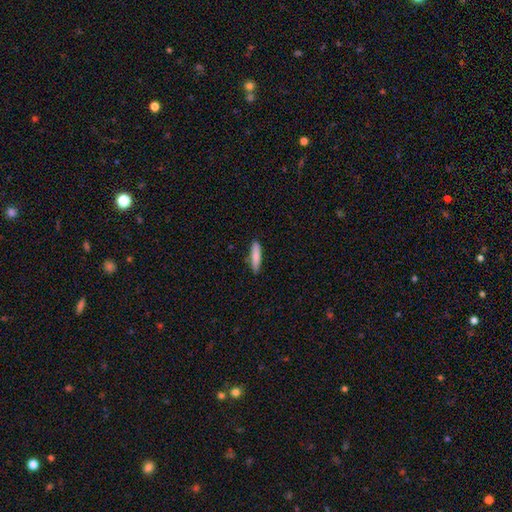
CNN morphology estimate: Overall: smooth (83%). How rounded: cigar-shaped (77%). Merging: none (84%).